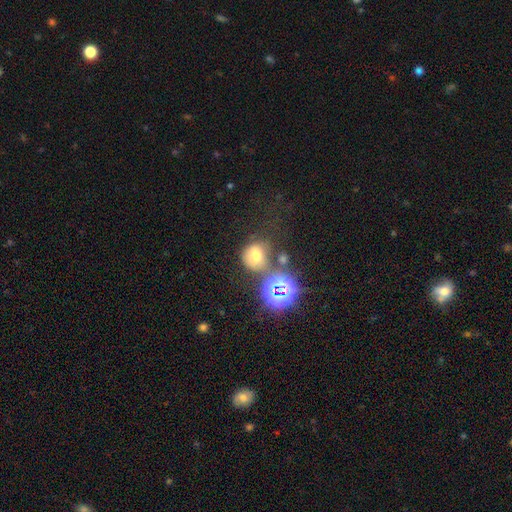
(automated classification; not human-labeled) Smooth or featured?
  - smooth: 59% *
  - star or artifact: 26%
  - featured or disk: 14%
How rounded?
  - round: 77% *
  - in between: 22%
  - cigar-shaped: 1%
Merging?
  - none: 53% *
  - merger: 19%
  - minor disturbance: 17%
  - major disturbance: 12%